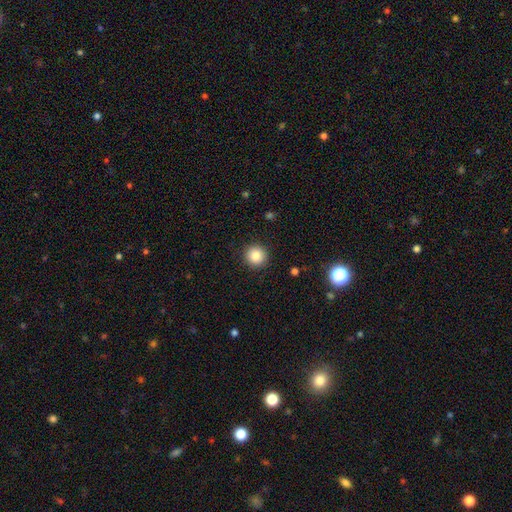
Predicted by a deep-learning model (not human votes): A smooth galaxy with no disk features (84%) that is round (95%).

Vote fractions:
- Smooth or featured? smooth: 84% / star or artifact: 10% / featured or disk: 5%
- How rounded? round: 95% / in between: 4% / cigar-shaped: 1%
- Merging? none: 92% / minor disturbance: 5% / major disturbance: 2% / merger: 1%